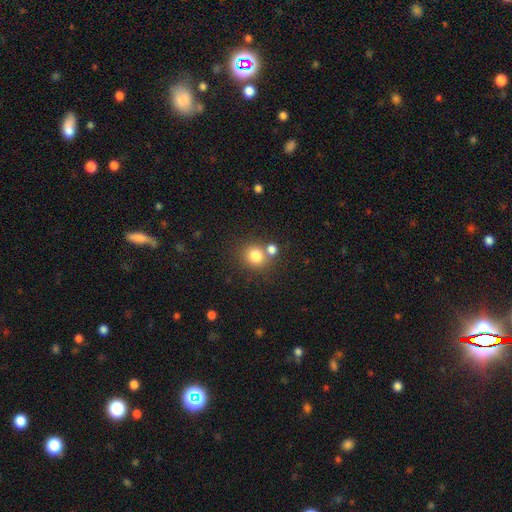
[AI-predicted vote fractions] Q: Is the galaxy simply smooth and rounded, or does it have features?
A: smooth — 80%.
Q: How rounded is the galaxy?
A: round — 85%.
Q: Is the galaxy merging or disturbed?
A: none — 64%.